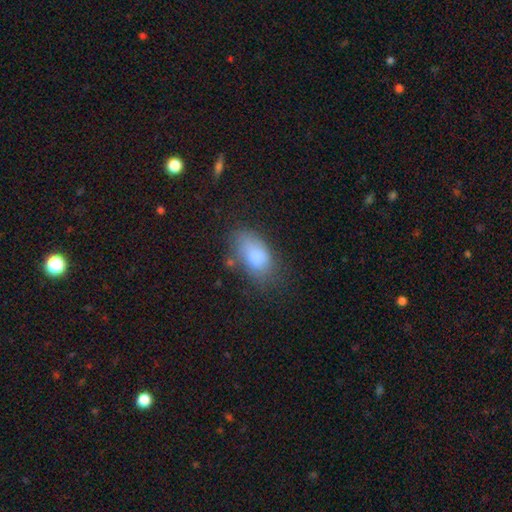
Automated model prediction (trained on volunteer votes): This is clearly a smooth galaxy (80%). How rounded: clearly in between (91%). Merging: possibly none (51%).